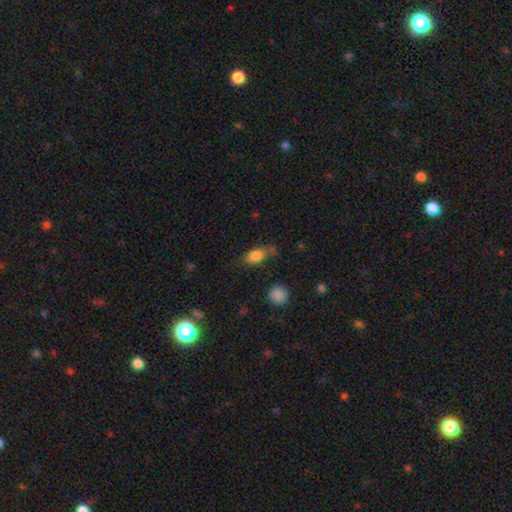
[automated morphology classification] Smooth or featured: smooth — 82% (featured or disk — 9%)
How rounded: in between — 84% (round — 11%)
Merging: none — 61% (minor disturbance — 25%)